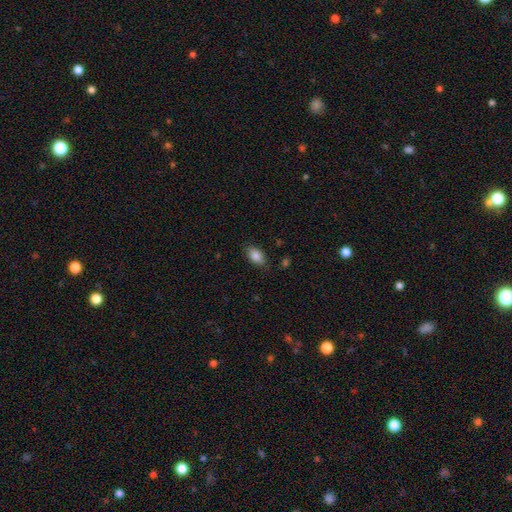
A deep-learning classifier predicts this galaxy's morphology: smooth_or_featured: smooth (p=0.87) [alt: star or artifact p=0.08]
how_rounded: in between (p=0.91) [alt: round p=0.07]
merging: none (p=0.83) [alt: minor disturbance p=0.12]